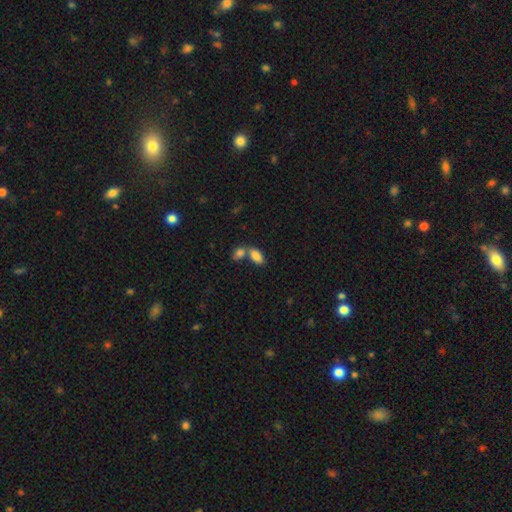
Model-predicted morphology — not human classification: Smooth or featured: smooth — 85% (star or artifact — 8%)
How rounded: in between — 92% (round — 4%)
Merging: merger — 54% (none — 34%)